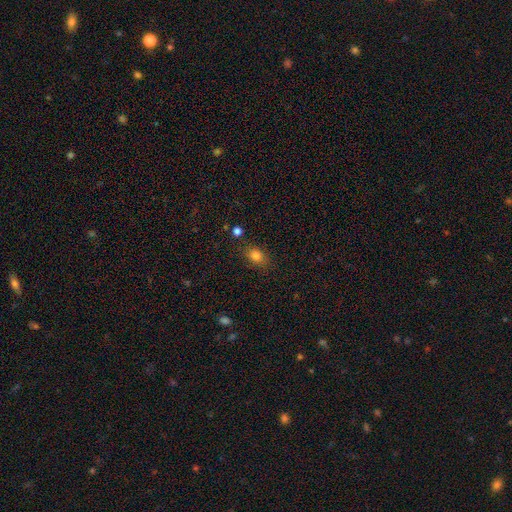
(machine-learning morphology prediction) smooth-or-featured: smooth: 82% | star or artifact: 11% | featured or disk: 7%
  how-rounded: in between: 68% | round: 30% | cigar-shaped: 2%
  merging: none: 82% | minor disturbance: 12% | major disturbance: 3% | merger: 2%